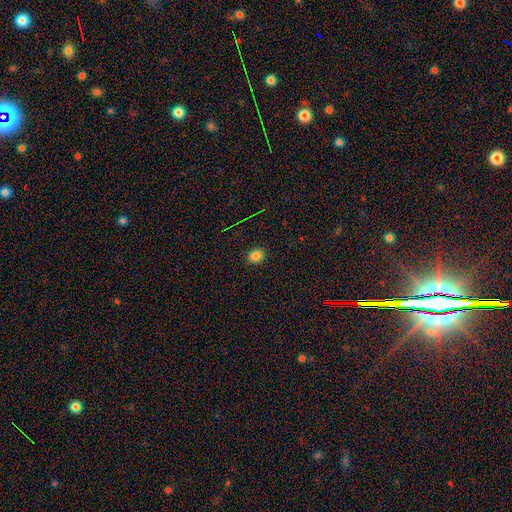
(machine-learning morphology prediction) This is clearly a smooth galaxy (83%). How rounded: possibly round (53%). Merging: clearly none (90%).